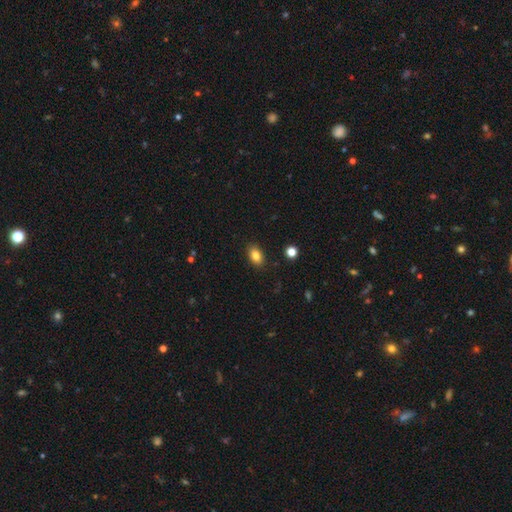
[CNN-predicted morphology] smooth 84%, star or artifact 9%, featured or disk 6%. Down the decision tree: how rounded — in between (85%); merging — none (88%).